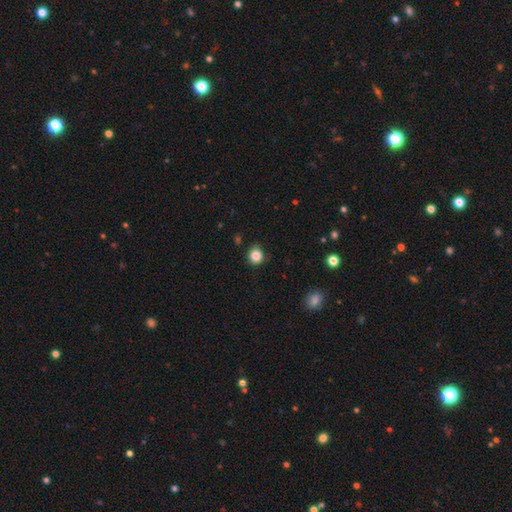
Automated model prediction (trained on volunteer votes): This appears to be a smooth galaxy with no disk features (85%) that is round (88%). Merging: none (84%).